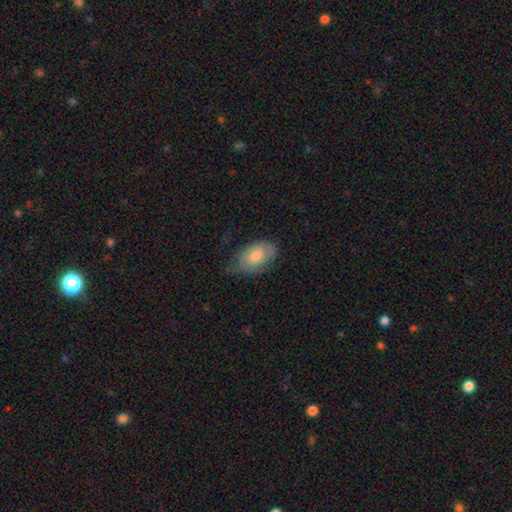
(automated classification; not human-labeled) smooth-or-featured: smooth: 64% | featured or disk: 29% | star or artifact: 7%
  how-rounded: in between: 90% | round: 8% | cigar-shaped: 2%
  merging: none: 53% | minor disturbance: 34% | major disturbance: 12% | merger: 1%